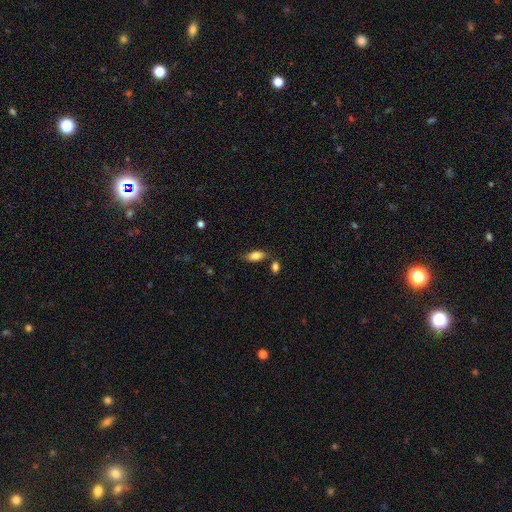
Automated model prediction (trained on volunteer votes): Smooth or featured? smooth (82%)
How rounded? in between (85%)
Merging? none (73%)